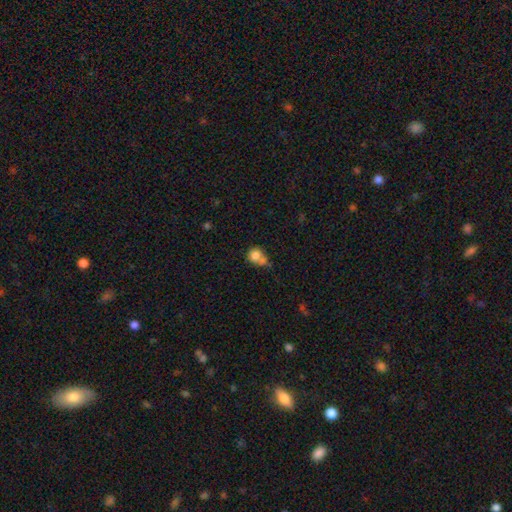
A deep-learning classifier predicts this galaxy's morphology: The model was most divided on "merging": merger: 39%, none: 34%, minor disturbance: 19%, major disturbance: 8%. More confident: smooth or featured — smooth (78%); how rounded — round (71%).